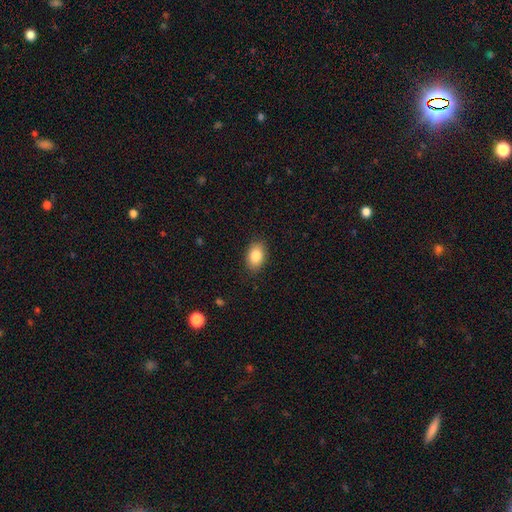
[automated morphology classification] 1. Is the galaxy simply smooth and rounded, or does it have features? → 85% smooth, 8% star or artifact, 7% featured or disk.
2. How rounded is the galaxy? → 85% in between, 14% round, 1% cigar-shaped.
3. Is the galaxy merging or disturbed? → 87% none, 10% minor disturbance, 2% major disturbance, 1% merger.